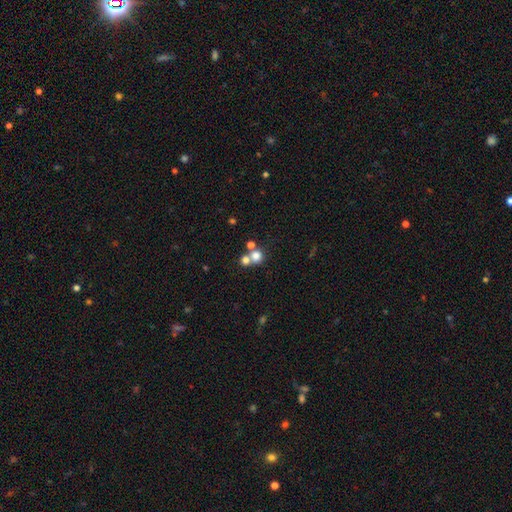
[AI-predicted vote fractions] smooth 73%, star or artifact 15%, featured or disk 12%. Down the decision tree: how rounded — round (86%); merging — none (45%, tied with merger).